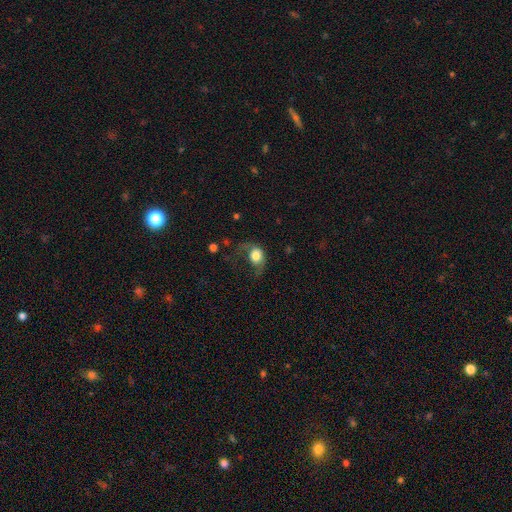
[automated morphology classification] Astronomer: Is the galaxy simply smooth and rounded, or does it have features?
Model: smooth — 71%.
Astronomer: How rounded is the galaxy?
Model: round — 54% (runner-up: in between, 44%).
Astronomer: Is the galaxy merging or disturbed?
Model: major disturbance — 50% (runner-up: none, 25%).